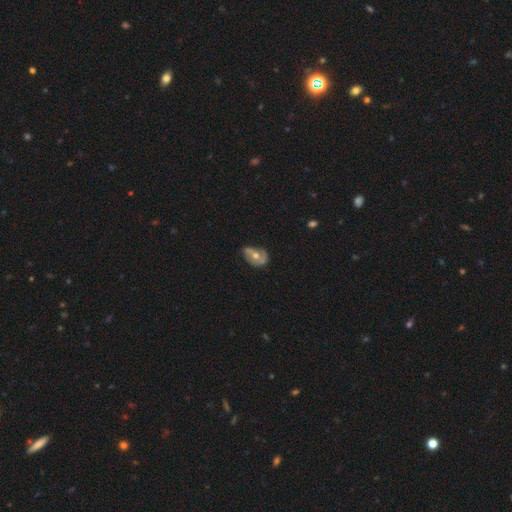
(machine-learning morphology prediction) Smooth or featured?
  - featured or disk: 59% *
  - smooth: 33%
  - star or artifact: 8%
Edge-on disk?
  - no: 95% *
  - yes: 5%
Bar?
  - no: 71% *
  - weak: 21%
  - strong: 8%
Spiral arms?
  - yes: 59% *
  - no: 41%
Bulge size?
  - moderate: 74% *
  - small: 18%
  - large: 5%
  - none: 1%
  - dominant: 1%
Merging?
  - none: 49% *
  - minor disturbance: 33%
  - major disturbance: 15%
  - merger: 3%